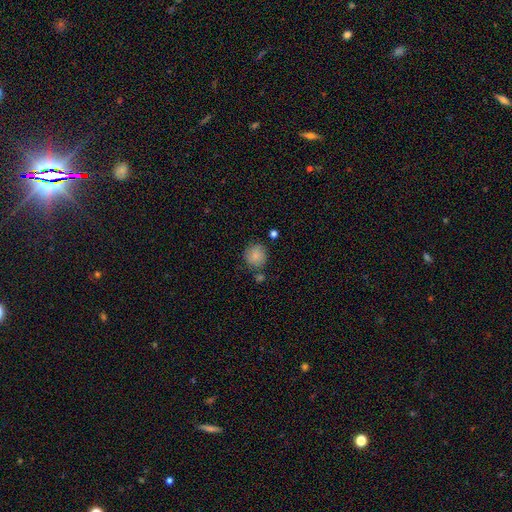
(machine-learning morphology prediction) smooth 83%, featured or disk 9%, star or artifact 8%. Down the decision tree: how rounded — round (86%); merging — none (69%).